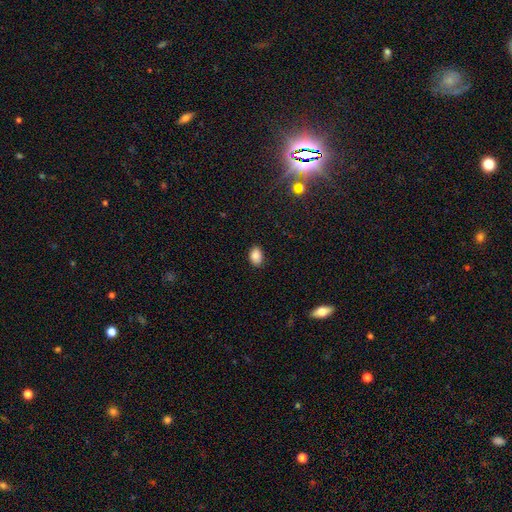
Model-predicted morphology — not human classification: type=smooth (86%); roundness=in between (79%); merging=none (86%).